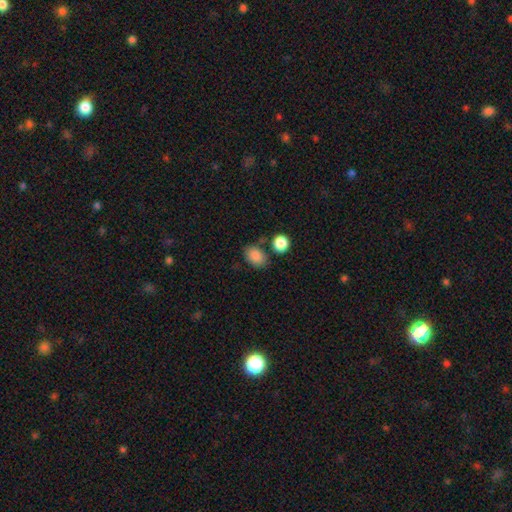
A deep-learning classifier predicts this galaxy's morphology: smooth 85%, star or artifact 9%, featured or disk 6%. Down the decision tree: how rounded — in between (73%); merging — none (69%).